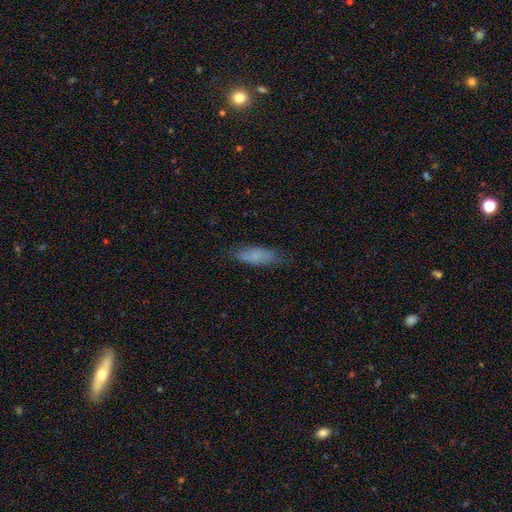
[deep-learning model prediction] Q: Smooth or featured?
A: smooth (77%); runner-up: featured or disk (16%)
Q: How rounded?
A: in between (53%); runner-up: cigar-shaped (45%)
Q: Merging?
A: none (73%); runner-up: minor disturbance (21%)